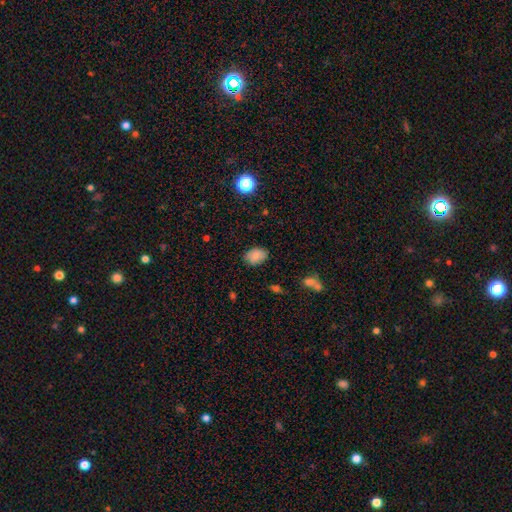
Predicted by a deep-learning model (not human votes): Q: Smooth or featured?
A: smooth (84%); runner-up: star or artifact (9%)
Q: How rounded?
A: in between (80%); runner-up: round (19%)
Q: Merging?
A: none (82%); runner-up: minor disturbance (14%)